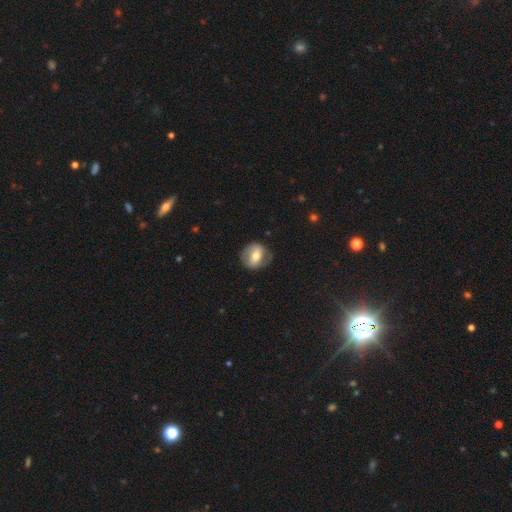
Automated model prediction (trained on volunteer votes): The model was most divided on "smooth or featured": featured or disk: 47%, smooth: 46%, star or artifact: 7%. More confident: merging — none (74%).